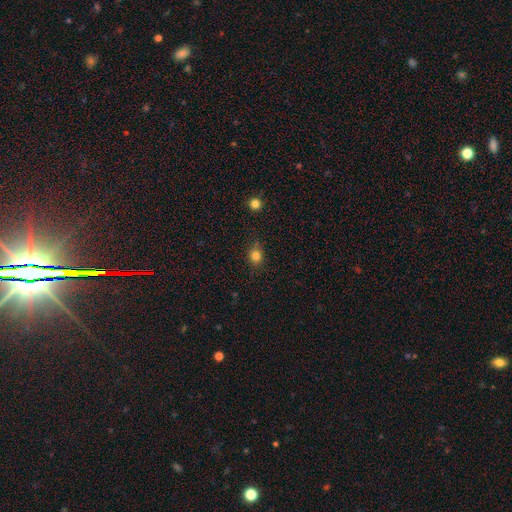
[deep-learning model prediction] smooth_or_featured: smooth (p=0.81) [alt: star or artifact p=0.13]
how_rounded: round (p=0.73) [alt: in between p=0.26]
merging: none (p=0.78) [alt: minor disturbance p=0.16]